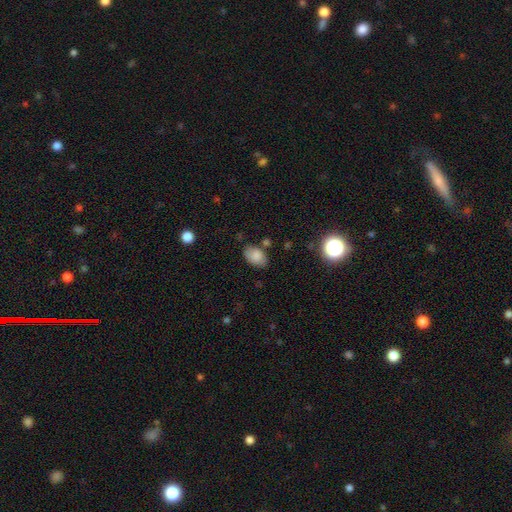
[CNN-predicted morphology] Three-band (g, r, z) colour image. It shows a smooth galaxy with no disk features (81%) that is in between round and cigar-shaped (87%). Merging: none (72%).